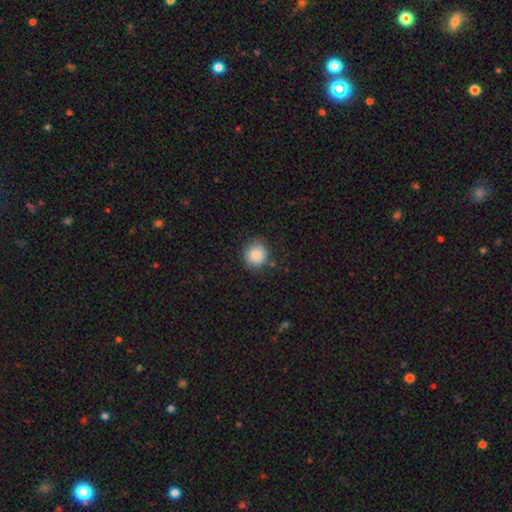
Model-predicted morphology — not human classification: Smooth or featured? Predicted: smooth (p=0.86). How rounded? Predicted: round (p=0.90). Merging? Predicted: none (p=0.83).